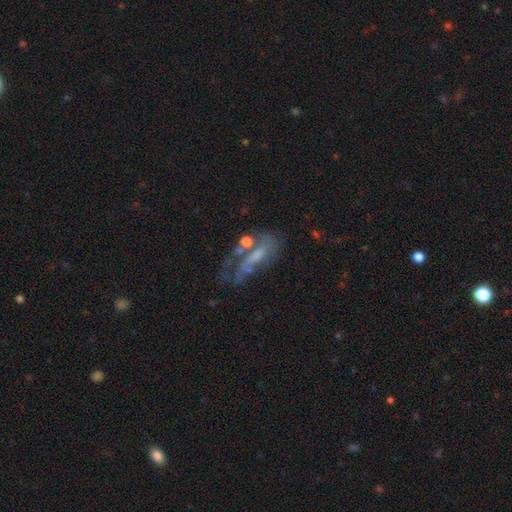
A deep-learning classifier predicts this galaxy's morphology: type=featured or disk (62%); edge-on=no (78%); merging=none (38%).